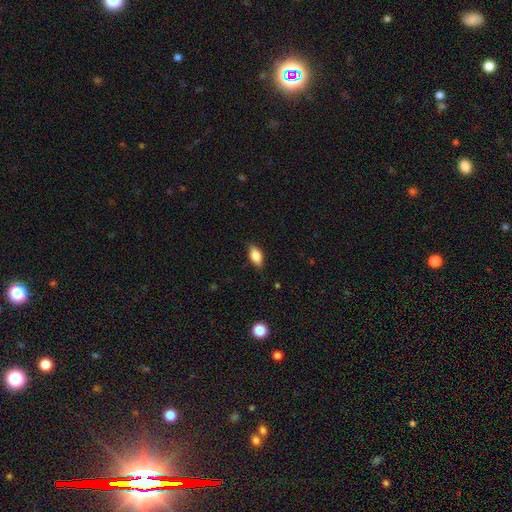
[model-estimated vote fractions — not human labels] This is likely a smooth galaxy (78%). How rounded: clearly in between (86%). Merging: clearly none (81%).